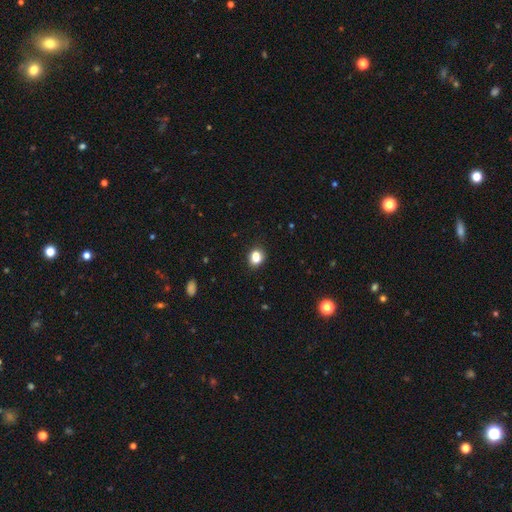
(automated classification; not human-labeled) Overall: smooth (81%). How rounded: round (52%; in between 47%). Merging: none (79%).